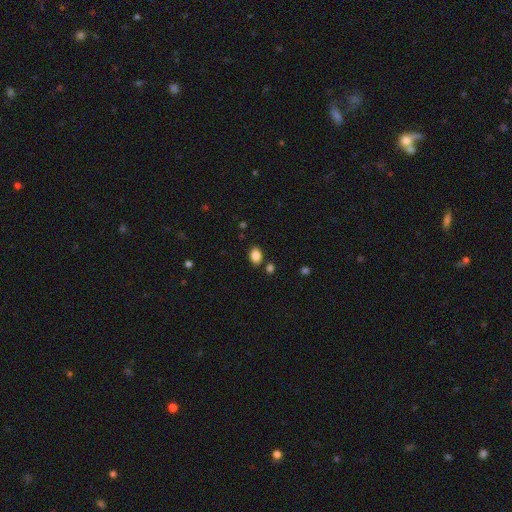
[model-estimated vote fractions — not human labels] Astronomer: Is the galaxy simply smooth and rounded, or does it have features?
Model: smooth — 86%.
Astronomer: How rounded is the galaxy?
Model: in between — 76%.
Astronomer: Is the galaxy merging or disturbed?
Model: none — 82%.